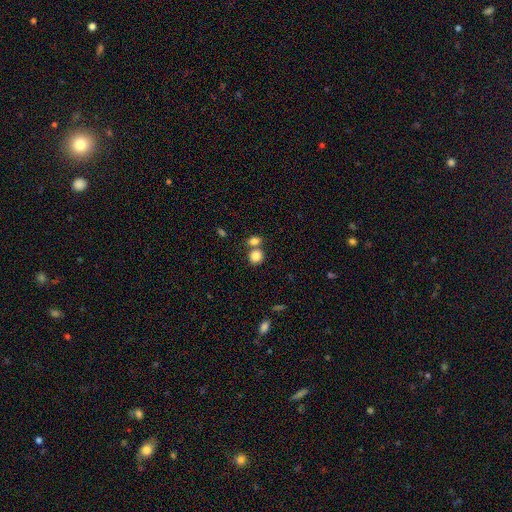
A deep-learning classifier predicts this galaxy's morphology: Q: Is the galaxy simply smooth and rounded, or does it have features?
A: smooth — 84%.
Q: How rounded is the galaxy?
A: round — 76%.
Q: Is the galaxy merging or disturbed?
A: none — 51%.